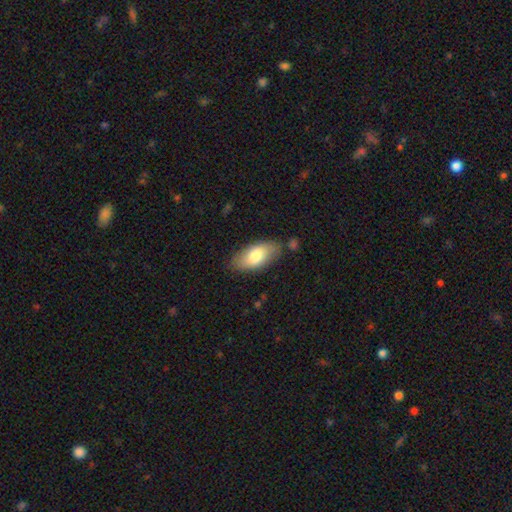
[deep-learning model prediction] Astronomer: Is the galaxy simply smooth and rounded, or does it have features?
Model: smooth — 77%.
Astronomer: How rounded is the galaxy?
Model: in between — 91%.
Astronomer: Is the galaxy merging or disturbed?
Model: none — 77%.